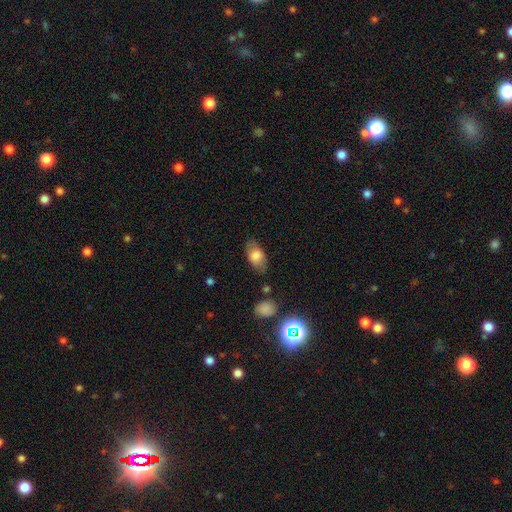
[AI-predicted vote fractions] Smooth or featured: smooth — 73% (featured or disk — 20%)
How rounded: in between — 91% (round — 5%)
Merging: none — 78% (minor disturbance — 15%)